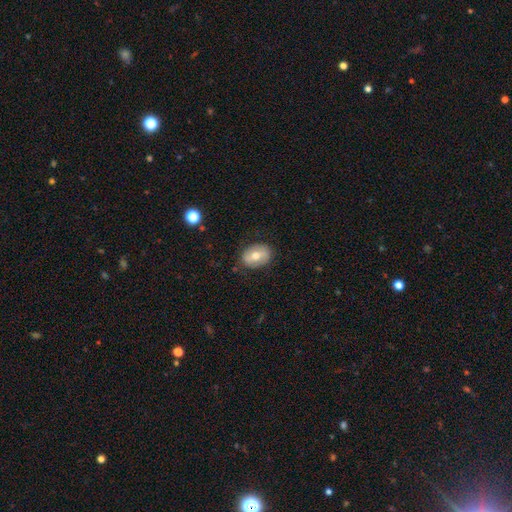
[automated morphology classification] A smooth galaxy with no disk features (59%) that is in between round and cigar-shaped (69%). Merging: none (83%).